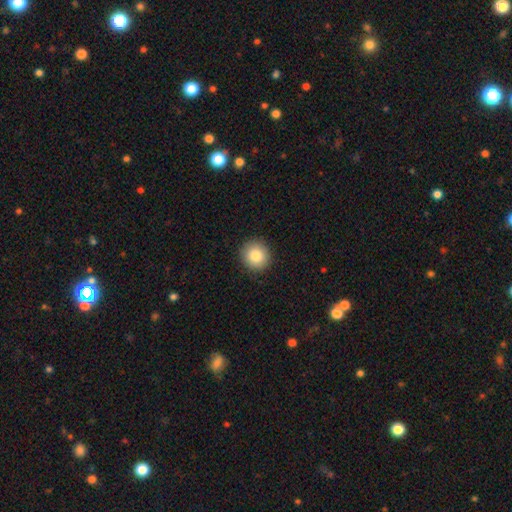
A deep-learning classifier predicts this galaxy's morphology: This is clearly a smooth galaxy (84%). How rounded: clearly round (91%). Merging: clearly none (92%).